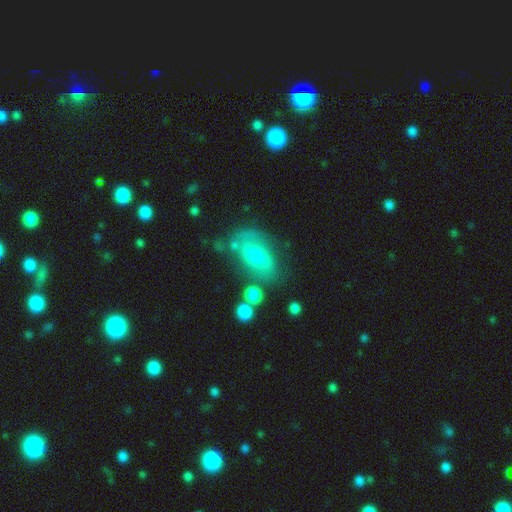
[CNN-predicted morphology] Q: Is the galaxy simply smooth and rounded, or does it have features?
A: featured or disk — 50%.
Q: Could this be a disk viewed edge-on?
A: no — 92%.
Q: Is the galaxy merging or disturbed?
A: none — 55%.